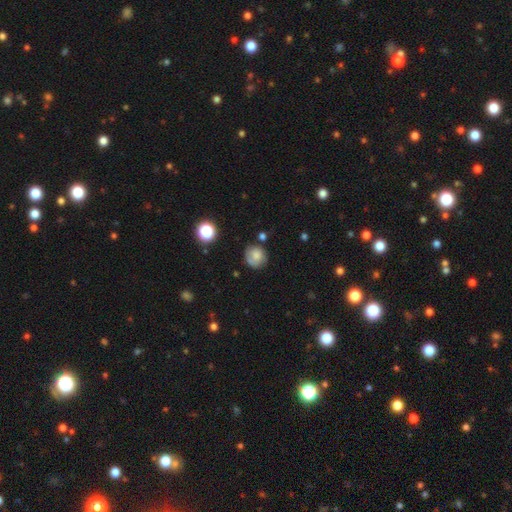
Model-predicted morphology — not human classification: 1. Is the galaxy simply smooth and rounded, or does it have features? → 69% smooth, 21% featured or disk, 10% star or artifact.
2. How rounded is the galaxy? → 84% round, 15% in between, 1% cigar-shaped.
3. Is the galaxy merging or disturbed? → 67% none, 21% minor disturbance, 7% major disturbance, 5% merger.